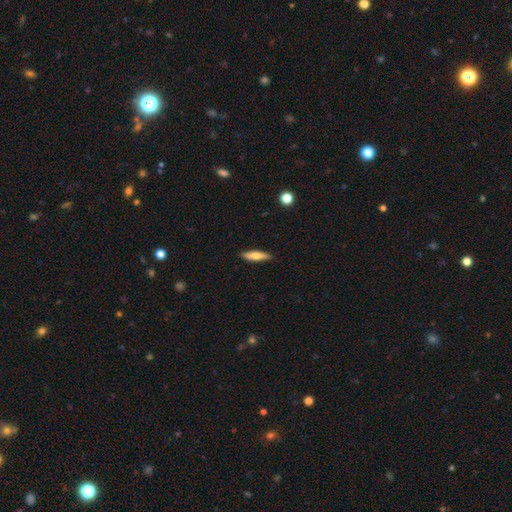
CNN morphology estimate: The model was most divided on "smooth or featured": smooth: 64%, featured or disk: 30%, star or artifact: 6%. More confident: merging — none (89%); how rounded — cigar-shaped (71%).